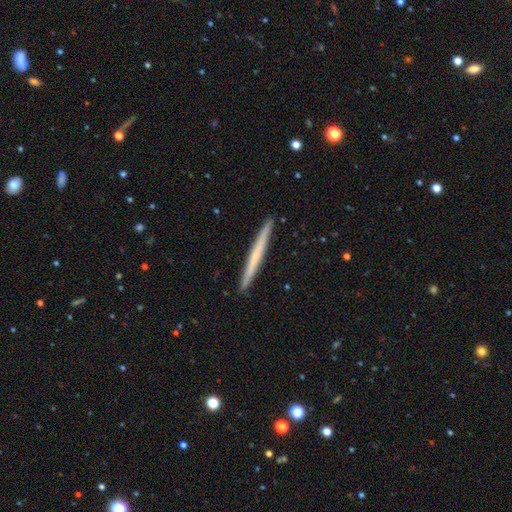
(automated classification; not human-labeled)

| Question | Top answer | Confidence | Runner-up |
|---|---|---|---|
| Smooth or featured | smooth | 48% | featured or disk (46%) |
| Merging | none | 93% | minor disturbance (5%) |